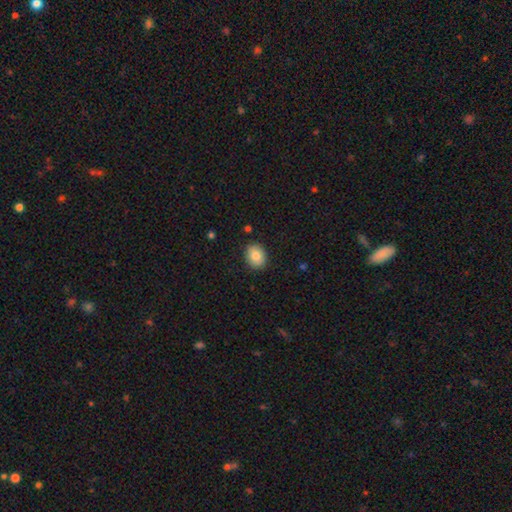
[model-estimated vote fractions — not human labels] smooth-or-featured: smooth: 82% | featured or disk: 10% | star or artifact: 8%
  how-rounded: in between: 57% | round: 42% | cigar-shaped: 1%
  merging: none: 88% | minor disturbance: 9% | major disturbance: 2% | merger: 1%